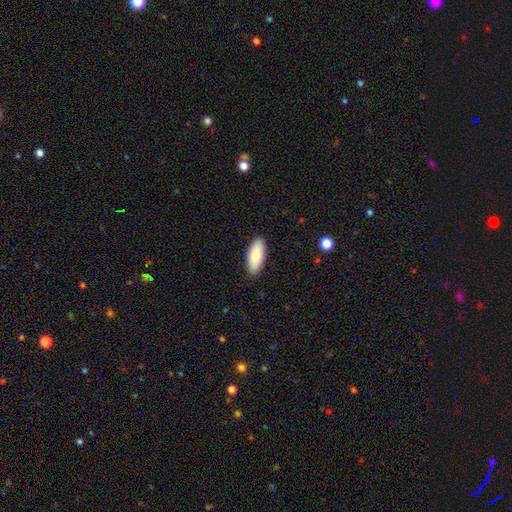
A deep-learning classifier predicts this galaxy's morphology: Smooth or featured: smooth — 84% (featured or disk — 10%)
How rounded: in between — 83% (cigar-shaped — 15%)
Merging: none — 89% (minor disturbance — 9%)